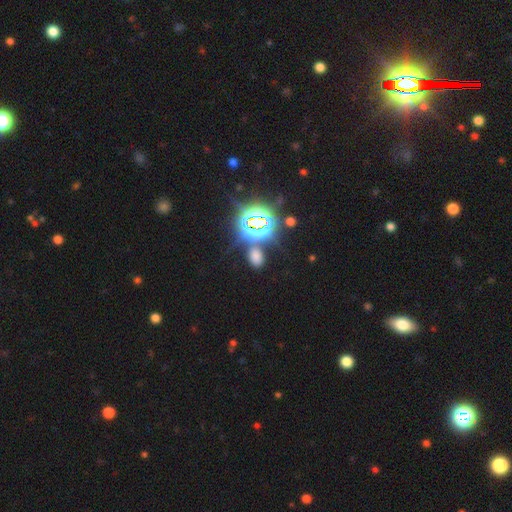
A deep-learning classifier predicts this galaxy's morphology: smooth-or-featured: smooth: 49% | star or artifact: 44% | featured or disk: 7%
  merging: none: 75% | minor disturbance: 12% | merger: 7% | major disturbance: 6%